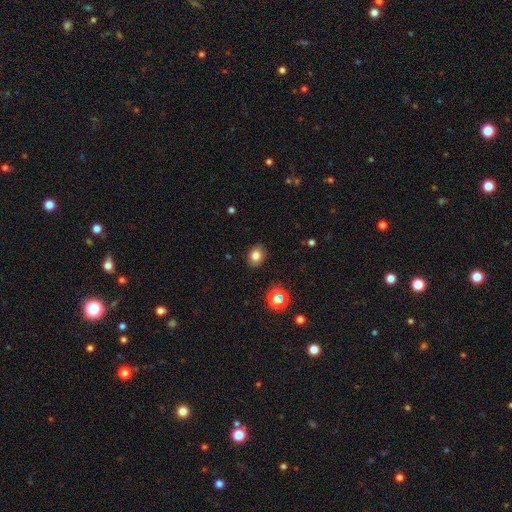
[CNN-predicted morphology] A smooth galaxy with no disk features (80%) that is round (54%). Merging: none (88%).